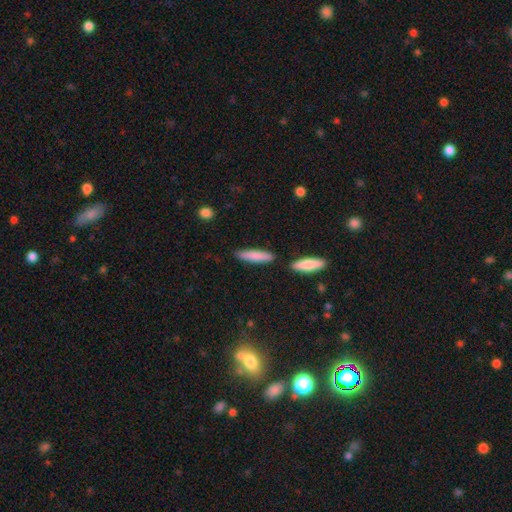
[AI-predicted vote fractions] Smooth or featured? Predicted: smooth (p=0.81). How rounded? Predicted: cigar-shaped (p=0.81). Merging? Predicted: none (p=0.80).